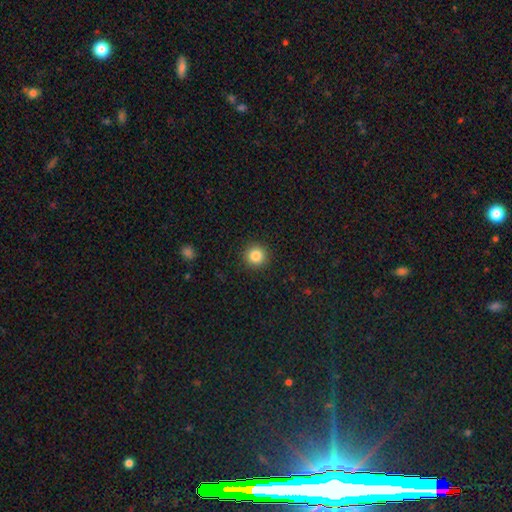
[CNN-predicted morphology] smooth 84%, star or artifact 11%, featured or disk 5%. Down the decision tree: how rounded — round (94%); merging — none (92%).